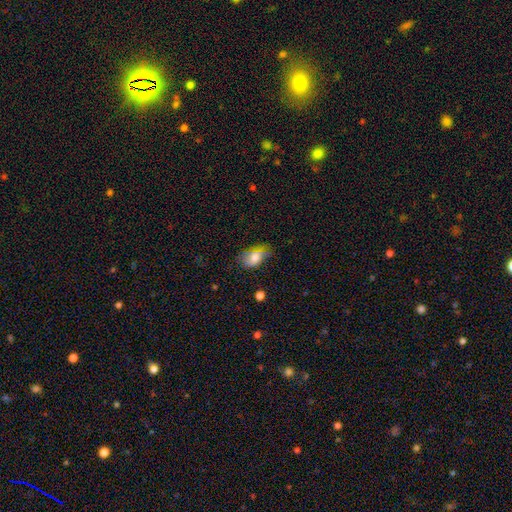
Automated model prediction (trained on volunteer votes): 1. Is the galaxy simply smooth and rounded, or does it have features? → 72% smooth, 19% featured or disk, 8% star or artifact.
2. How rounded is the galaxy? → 88% in between, 10% round, 2% cigar-shaped.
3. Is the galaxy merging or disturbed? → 49% none, 35% minor disturbance, 13% major disturbance, 2% merger.